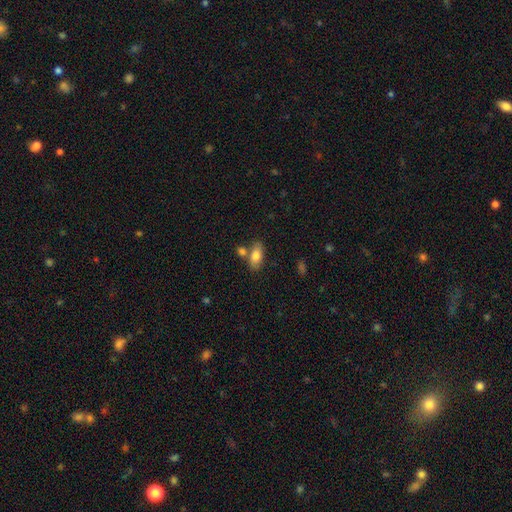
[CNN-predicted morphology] The model was most divided on "merging": none: 62%, merger: 21%, minor disturbance: 13%, major disturbance: 4%. More confident: how rounded — in between (89%); smooth or featured — smooth (78%).